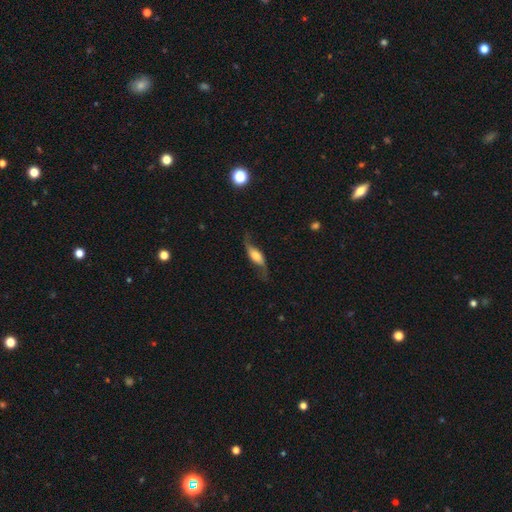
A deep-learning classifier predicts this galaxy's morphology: Smooth or featured? featured or disk (73%)
Edge-on disk? no (76%)
Bar? no (49%)
Spiral arms? yes (92%)
Spiral winding? loose (90%)
Spiral arm count? 2 (93%)
Bulge size? moderate (37%)
Merging? none (69%)